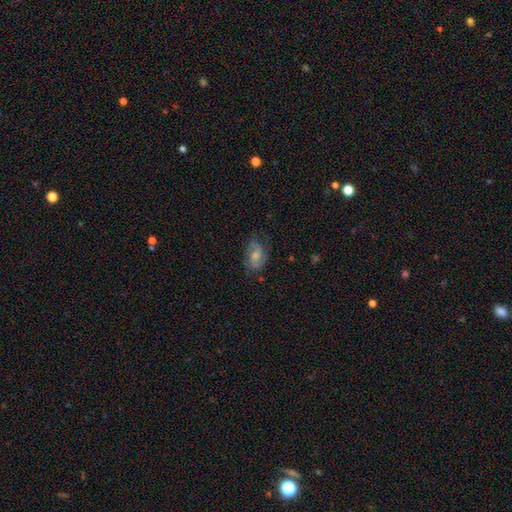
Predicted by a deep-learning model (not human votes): smooth-or-featured: featured or disk: 61% | smooth: 31% | star or artifact: 8%
  disk-edge-on: no: 97% | yes: 3%
    bar: no: 51% | weak: 41% | strong: 8%
    has-spiral-arms: yes: 89% | no: 11%
      spiral-winding: medium: 48% | loose: 26% | tight: 26%
      spiral-arm-count: 2: 77% | can't tell: 11% | 1: 7% | 3: 3% | 4: 1% | more than 4: 1%
    bulge-size: moderate: 47% | small: 31% | none: 12% | large: 9% | dominant: 1%
  merging: none: 66% | minor disturbance: 22% | major disturbance: 10% | merger: 1%